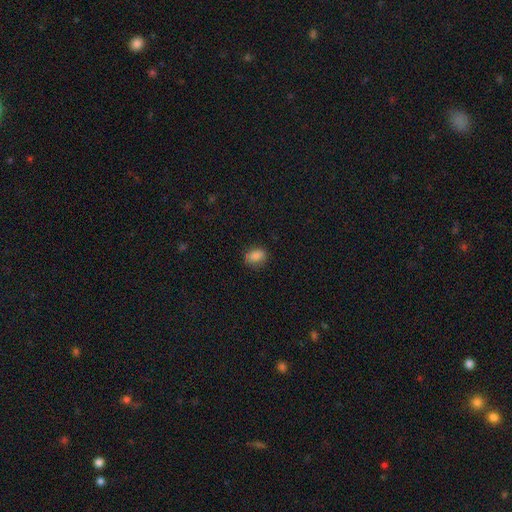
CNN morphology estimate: Smooth or featured?
  - smooth: 86% *
  - star or artifact: 10%
  - featured or disk: 5%
How rounded?
  - in between: 75% *
  - round: 24%
  - cigar-shaped: 2%
Merging?
  - none: 82% *
  - minor disturbance: 14%
  - major disturbance: 3%
  - merger: 1%